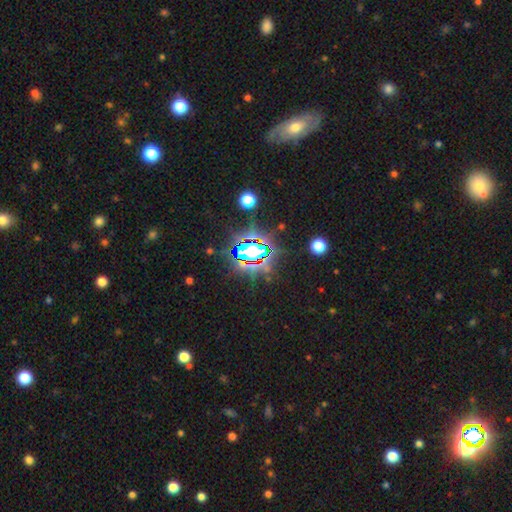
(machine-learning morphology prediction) Smooth or featured: star or artifact — 75% (smooth — 14%)